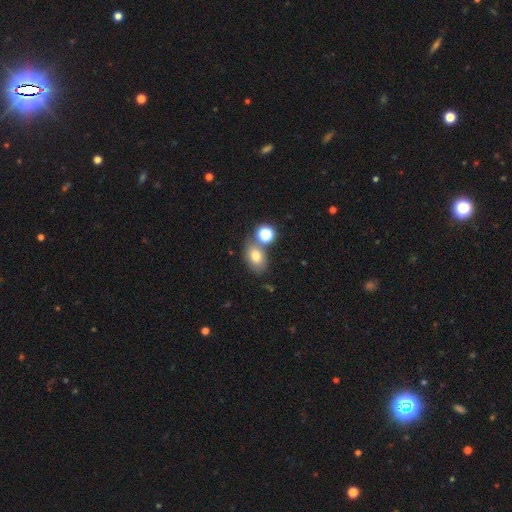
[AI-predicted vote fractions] This appears to be a smooth galaxy with no disk features (76%) that is in between round and cigar-shaped (79%). Merging: none (61%).